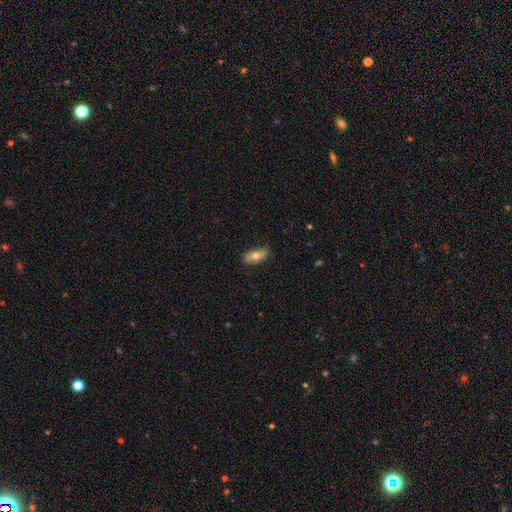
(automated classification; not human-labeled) smooth_or_featured: smooth (p=0.66) [alt: featured or disk p=0.27]
how_rounded: in between (p=0.85) [alt: cigar-shaped p=0.11]
merging: none (p=0.79) [alt: minor disturbance p=0.17]